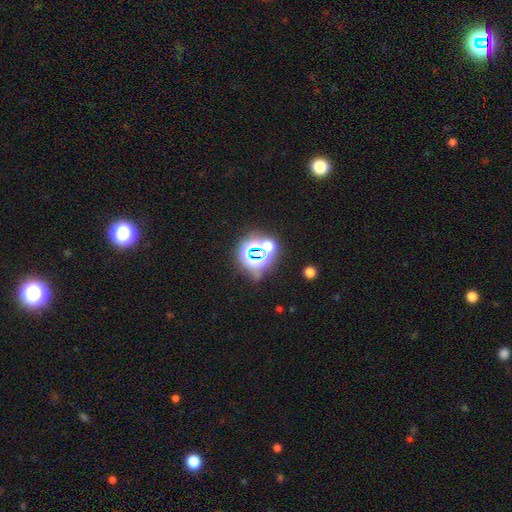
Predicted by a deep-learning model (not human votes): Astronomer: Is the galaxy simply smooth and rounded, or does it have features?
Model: star or artifact — 67%.